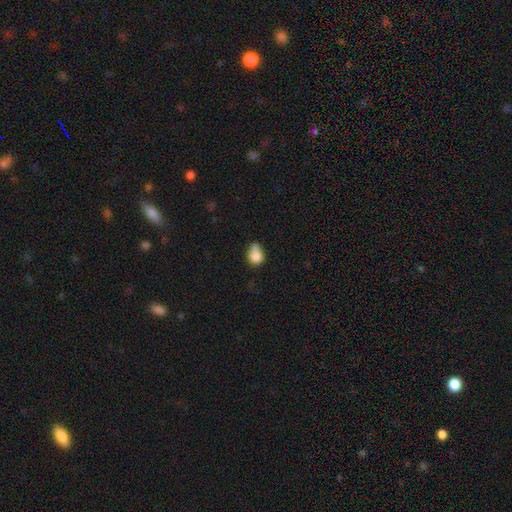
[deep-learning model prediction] The model was most divided on "merging": none: 35%, minor disturbance: 28%, merger: 26%, major disturbance: 10%. More confident: smooth or featured — smooth (79%); how rounded — round (57%).